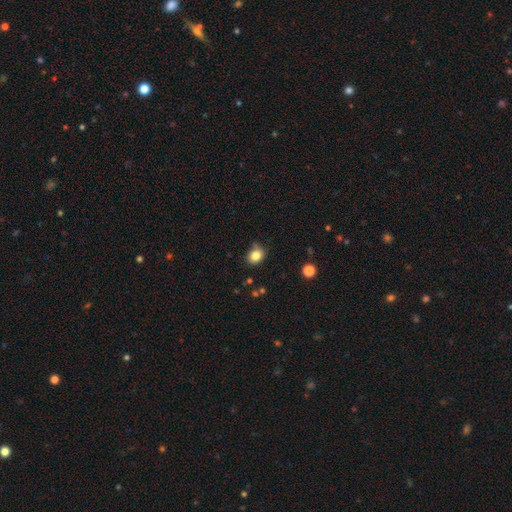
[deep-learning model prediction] A smooth galaxy with no disk features (83%) that is round (60%).

Vote fractions:
- Smooth or featured? smooth: 83% / star or artifact: 11% / featured or disk: 6%
- How rounded? round: 60% / in between: 39% / cigar-shaped: 1%
- Merging? none: 67% / minor disturbance: 24% / major disturbance: 5% / merger: 3%